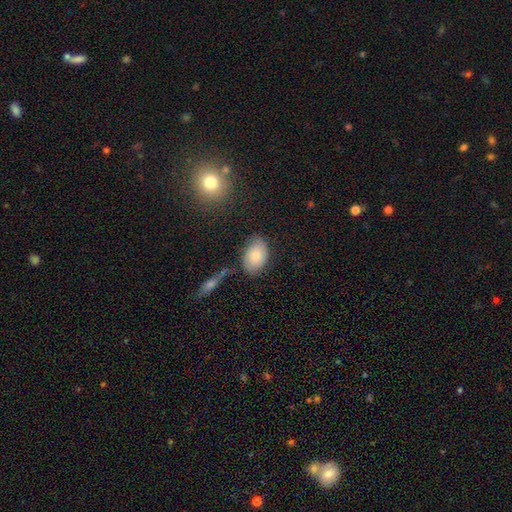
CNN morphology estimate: This appears to be a smooth galaxy with no disk features (80%) that is in between round and cigar-shaped (89%). Merging: none (75%).